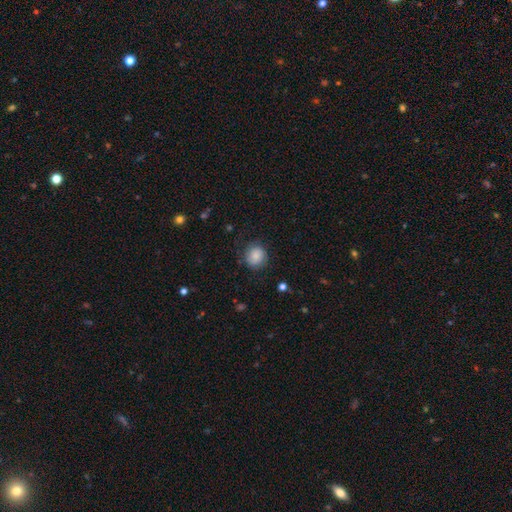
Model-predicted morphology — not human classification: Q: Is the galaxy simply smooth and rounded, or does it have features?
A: smooth — 78%.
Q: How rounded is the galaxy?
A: round — 84%.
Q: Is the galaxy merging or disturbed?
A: none — 77%.